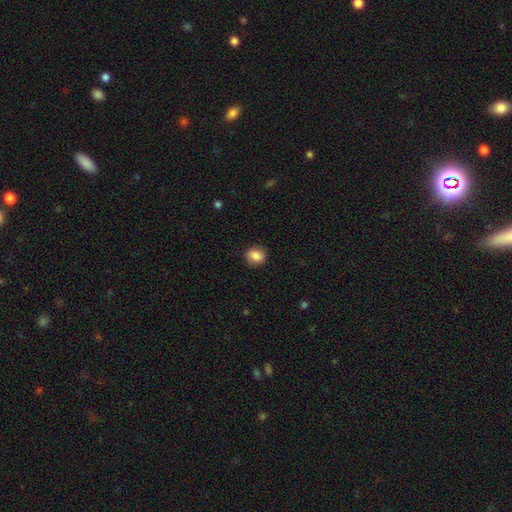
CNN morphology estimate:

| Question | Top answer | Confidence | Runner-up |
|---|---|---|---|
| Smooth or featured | smooth | 84% | star or artifact (9%) |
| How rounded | round | 67% | in between (32%) |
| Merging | none | 84% | minor disturbance (11%) |